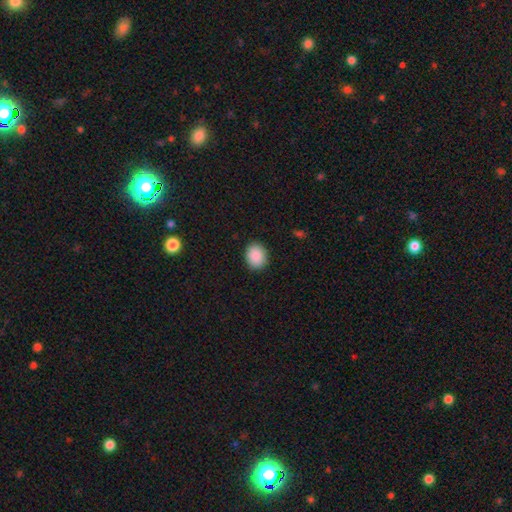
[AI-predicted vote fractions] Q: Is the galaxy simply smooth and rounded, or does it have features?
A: smooth — 89%.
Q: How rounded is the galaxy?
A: round — 52%.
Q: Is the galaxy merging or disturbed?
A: none — 89%.